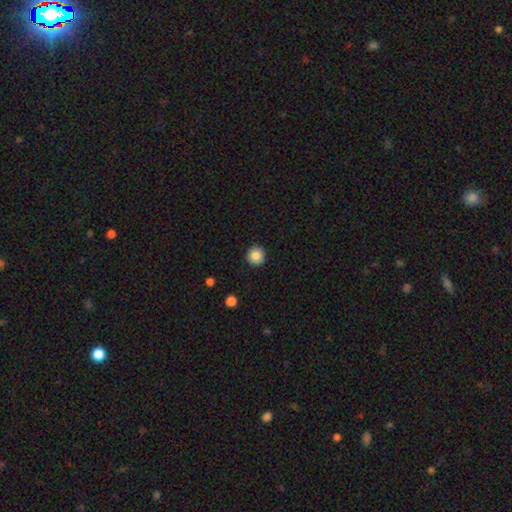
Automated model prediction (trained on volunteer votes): smooth-or-featured: smooth: 86% | star or artifact: 9% | featured or disk: 5%
  how-rounded: round: 95% | in between: 4% | cigar-shaped: 1%
  merging: none: 92% | minor disturbance: 5% | major disturbance: 2% | merger: 1%